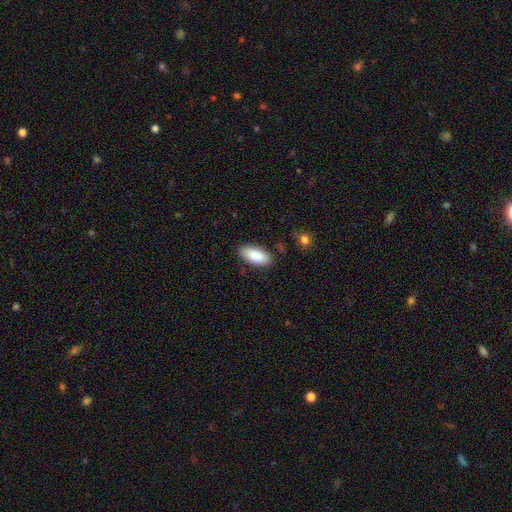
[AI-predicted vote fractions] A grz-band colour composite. It shows a smooth galaxy with no disk features (86%) that is in between round and cigar-shaped (89%). Merging: none (85%).